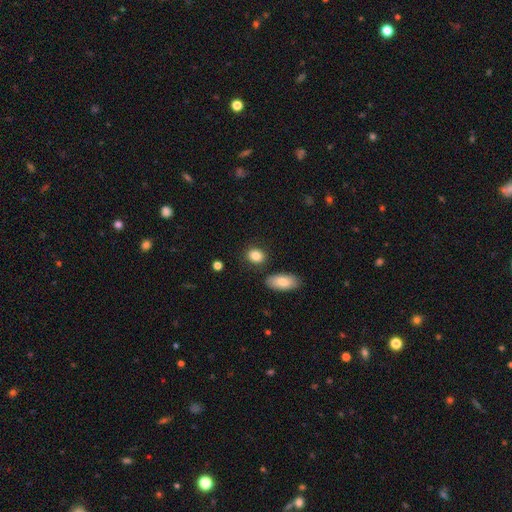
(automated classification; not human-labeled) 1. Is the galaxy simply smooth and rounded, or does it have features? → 85% smooth, 8% star or artifact, 7% featured or disk.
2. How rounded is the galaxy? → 55% in between, 44% round, 2% cigar-shaped.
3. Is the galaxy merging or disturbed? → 80% none, 11% minor disturbance, 6% merger, 3% major disturbance.